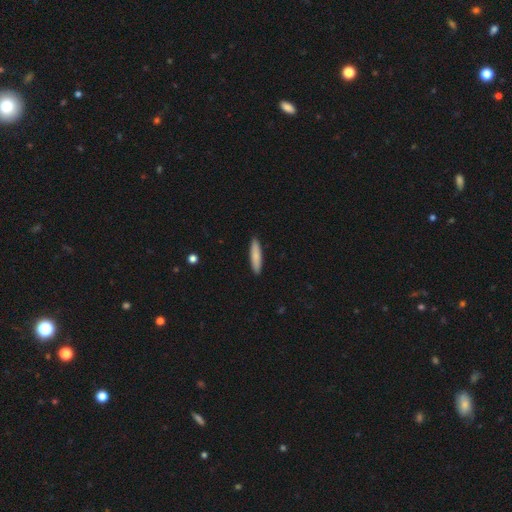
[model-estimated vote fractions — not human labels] A smooth galaxy with no disk features (82%) that is cigar-shaped (84%). Merging: none (91%).